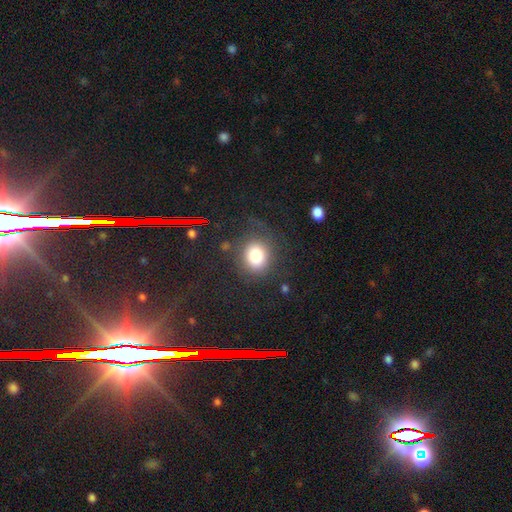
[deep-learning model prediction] Smooth or featured? smooth (79%)
How rounded? round (70%)
Merging? none (73%)